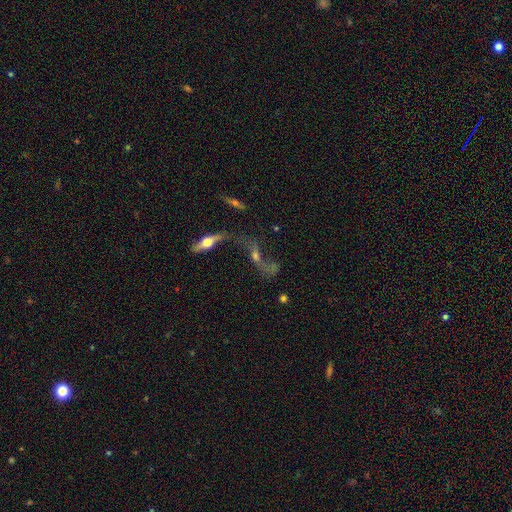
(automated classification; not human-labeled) The model was most divided on "merging": merger: 42%, none: 27%, major disturbance: 19%, minor disturbance: 11%. More confident: edge-on disk — no (72%); smooth or featured — featured or disk (62%).